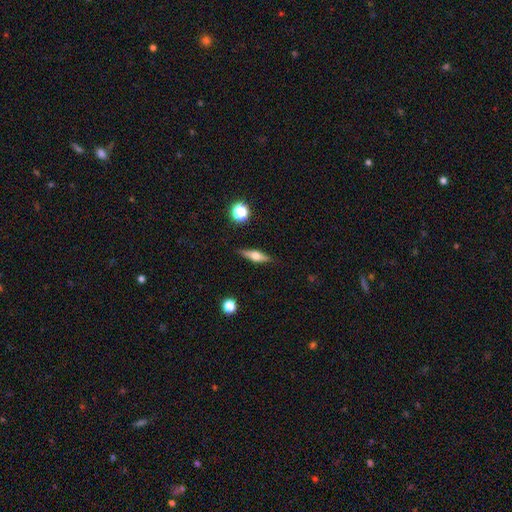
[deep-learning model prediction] The model was most divided on "smooth or featured": featured or disk: 53%, smooth: 39%, star or artifact: 8%. More confident: edge-on disk — yes (93%); merging — none (87%).